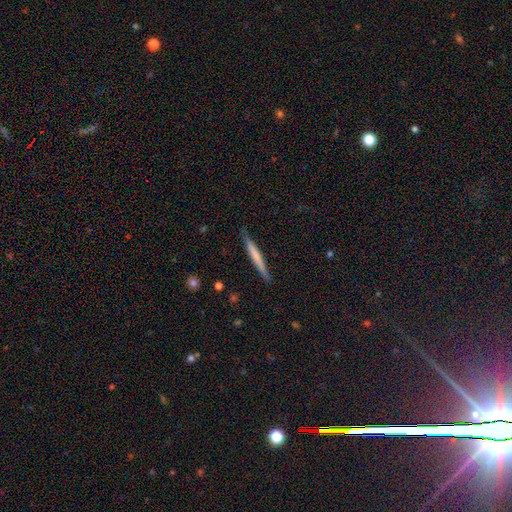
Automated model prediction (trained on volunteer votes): The model was most divided on "smooth or featured": smooth: 57%, featured or disk: 38%, star or artifact: 5%. More confident: how rounded — cigar-shaped (97%); merging — none (86%).